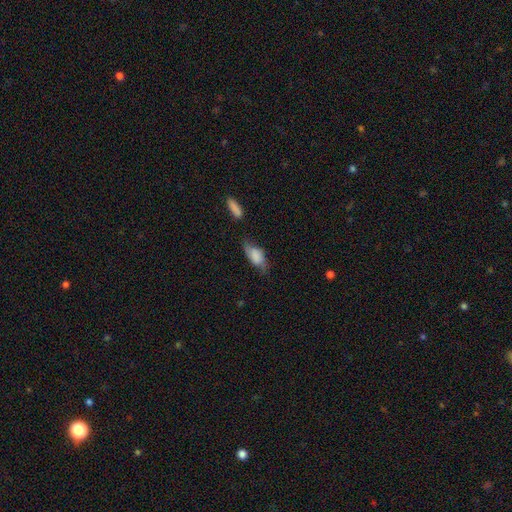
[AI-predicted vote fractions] A smooth galaxy with no disk features (69%) that is in between round and cigar-shaped (84%). Merging: none (46%).